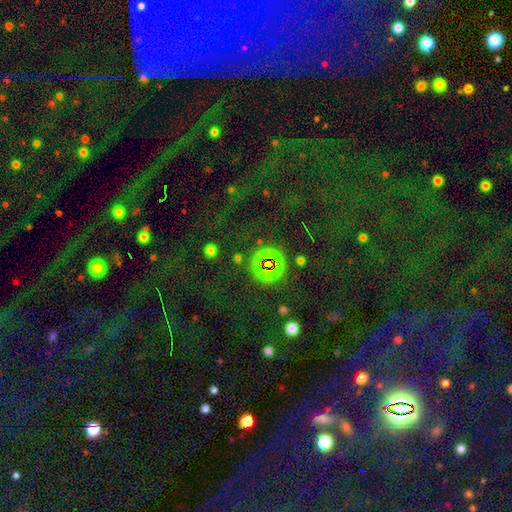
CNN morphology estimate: smooth-or-featured: star or artifact: 79% | smooth: 12% | featured or disk: 9%